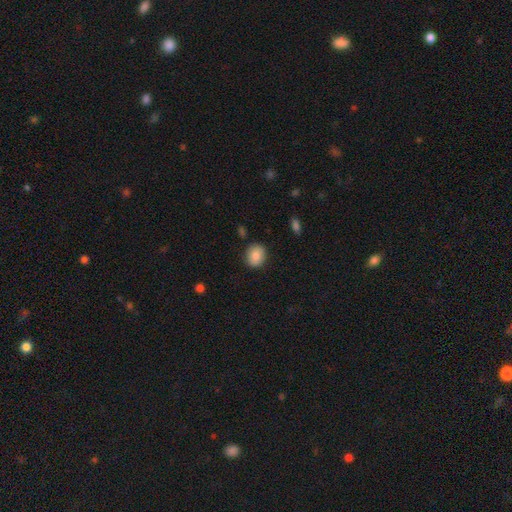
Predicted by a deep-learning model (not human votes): smooth-or-featured: smooth: 84% | featured or disk: 8% | star or artifact: 8%
  how-rounded: round: 70% | in between: 29% | cigar-shaped: 1%
  merging: none: 86% | minor disturbance: 10% | major disturbance: 2% | merger: 1%